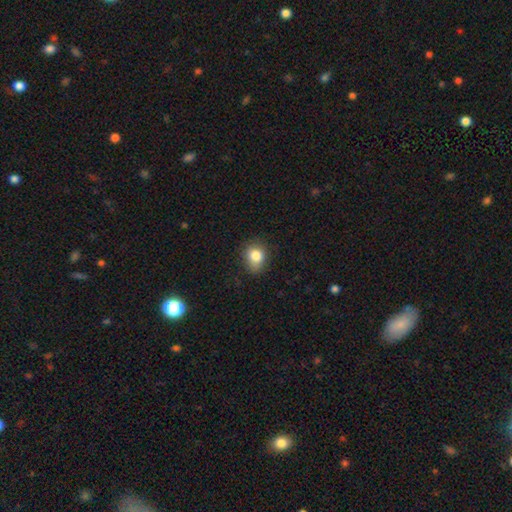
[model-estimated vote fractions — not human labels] This is clearly a smooth galaxy (82%). How rounded: possibly round (59%). Merging: likely none (75%).